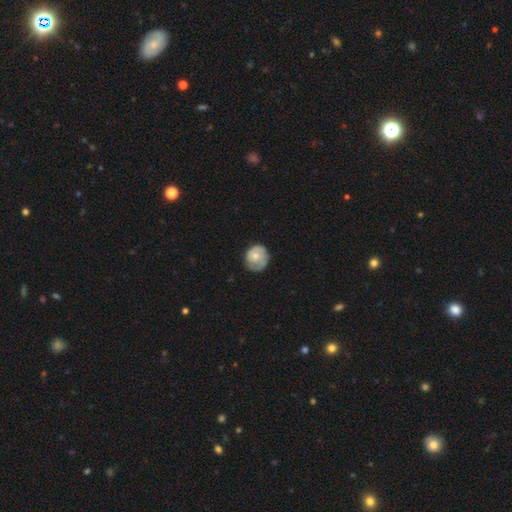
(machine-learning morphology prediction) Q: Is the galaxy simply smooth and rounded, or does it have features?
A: smooth — 51%.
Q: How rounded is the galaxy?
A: round — 83%.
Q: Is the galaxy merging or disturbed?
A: none — 67%.